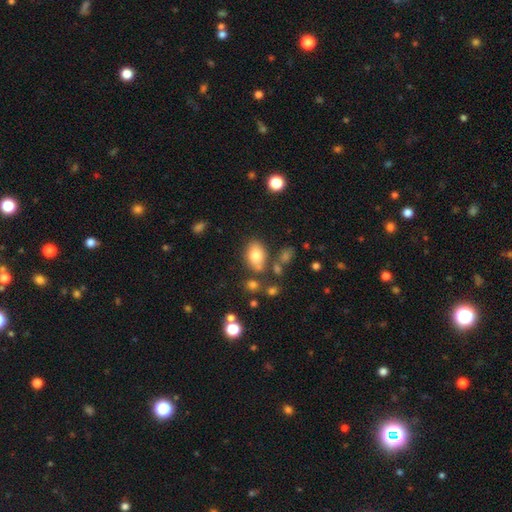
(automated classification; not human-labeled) A smooth galaxy with no disk features (80%) that is in between round and cigar-shaped (84%). Merging: none (68%).